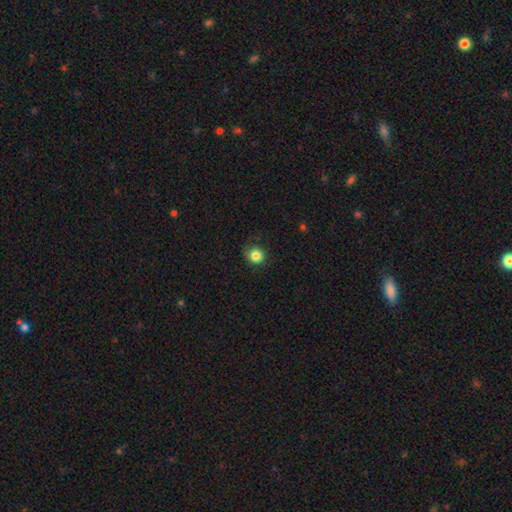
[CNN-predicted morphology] smooth 84%, star or artifact 11%, featured or disk 5%. Down the decision tree: how rounded — round (89%); merging — none (83%).